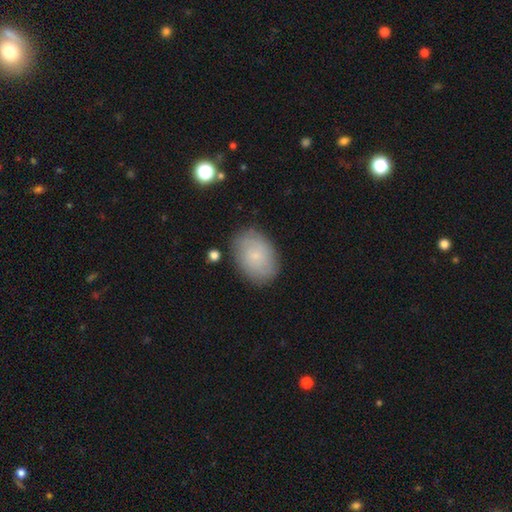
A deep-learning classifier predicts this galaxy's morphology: smooth_or_featured: smooth (p=0.58) [alt: featured or disk p=0.33]
how_rounded: in between (p=0.80) [alt: round p=0.19]
merging: none (p=0.83) [alt: minor disturbance p=0.13]